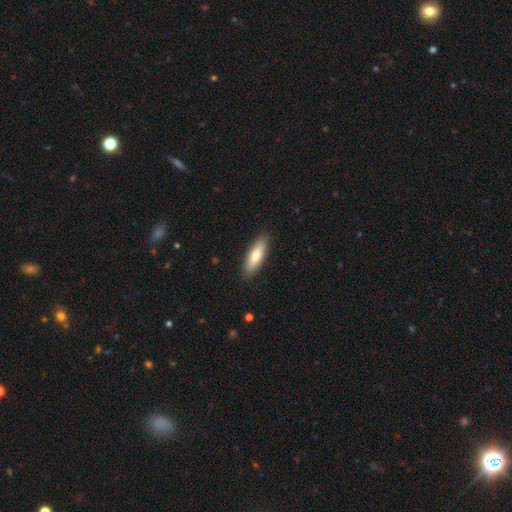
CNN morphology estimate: A smooth galaxy with no disk features (75%) that is in between round and cigar-shaped (52%).

Vote fractions:
- Smooth or featured? smooth: 75% / featured or disk: 20% / star or artifact: 6%
- How rounded? in between: 52% / cigar-shaped: 47% / round: 2%
- Merging? none: 89% / minor disturbance: 9% / major disturbance: 2% / merger: 1%